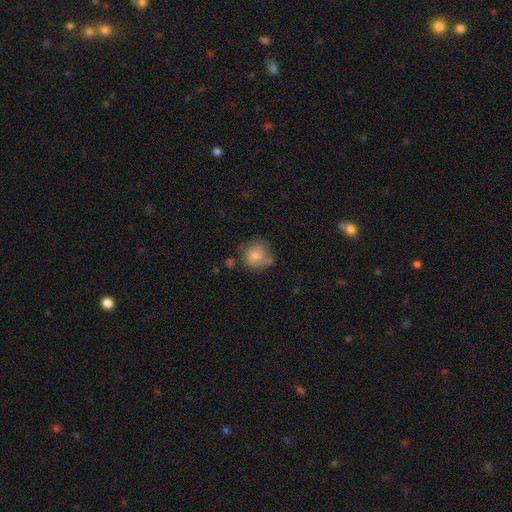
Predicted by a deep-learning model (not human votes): smooth_or_featured: smooth (p=0.68) [alt: featured or disk p=0.24]
how_rounded: round (p=0.77) [alt: in between p=0.22]
merging: none (p=0.51) [alt: minor disturbance p=0.28]